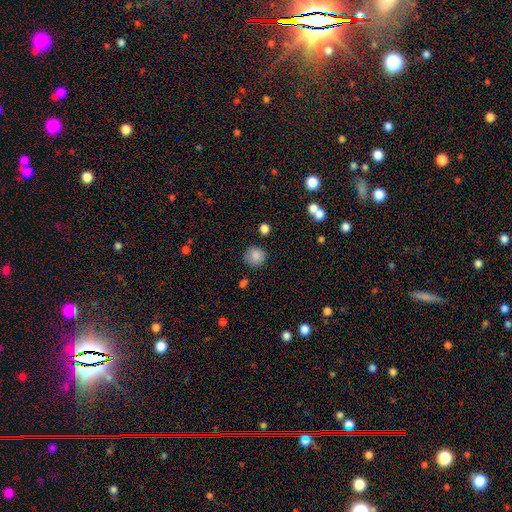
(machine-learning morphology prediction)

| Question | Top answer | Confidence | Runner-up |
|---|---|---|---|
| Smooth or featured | smooth | 85% | star or artifact (9%) |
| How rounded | round | 91% | in between (8%) |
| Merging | none | 83% | minor disturbance (11%) |